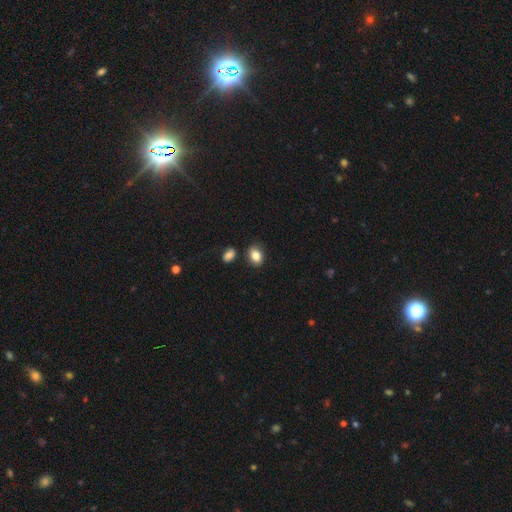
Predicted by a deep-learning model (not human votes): Smooth or featured: smooth — 84% (star or artifact — 9%)
How rounded: in between — 71% (round — 28%)
Merging: none — 80% (minor disturbance — 12%)